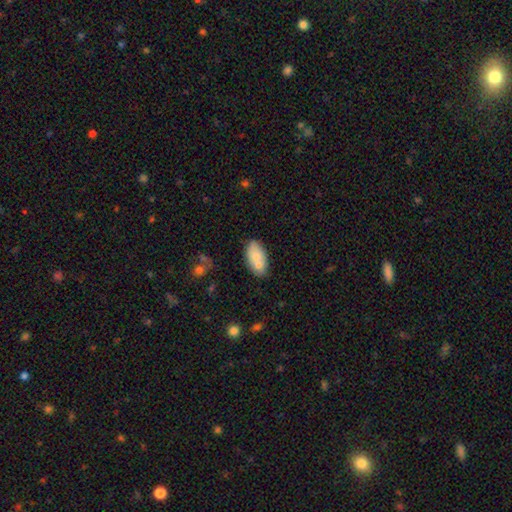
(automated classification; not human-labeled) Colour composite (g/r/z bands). It shows a smooth galaxy with no disk features (76%) that is in between round and cigar-shaped (93%). Merging: none (58%).